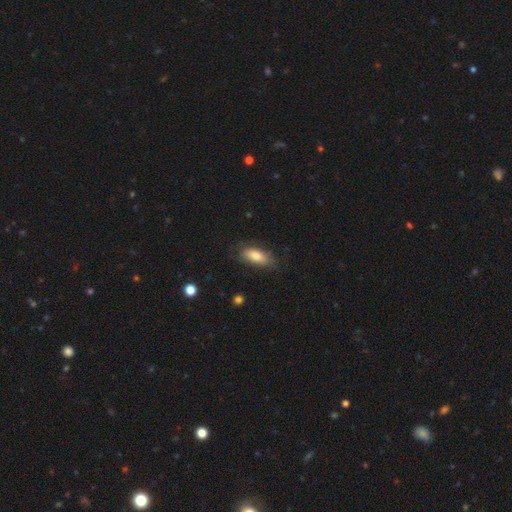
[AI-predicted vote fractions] smooth_or_featured: smooth (p=0.77) [alt: featured or disk p=0.16]
how_rounded: in between (p=0.82) [alt: cigar-shaped p=0.16]
merging: none (p=0.75) [alt: minor disturbance p=0.19]